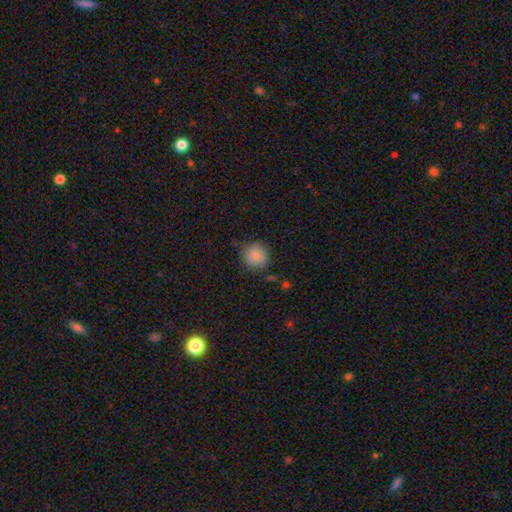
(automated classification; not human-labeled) Smooth or featured?
  - smooth: 85% *
  - star or artifact: 9%
  - featured or disk: 7%
How rounded?
  - round: 91% *
  - in between: 8%
  - cigar-shaped: 1%
Merging?
  - none: 80% *
  - minor disturbance: 15%
  - major disturbance: 3%
  - merger: 2%